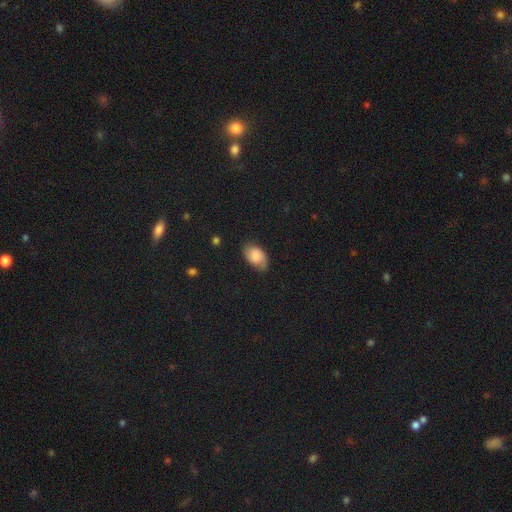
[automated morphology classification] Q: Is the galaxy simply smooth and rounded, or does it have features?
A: smooth — 61%.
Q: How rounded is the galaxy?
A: in between — 91%.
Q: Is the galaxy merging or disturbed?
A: none — 68%.